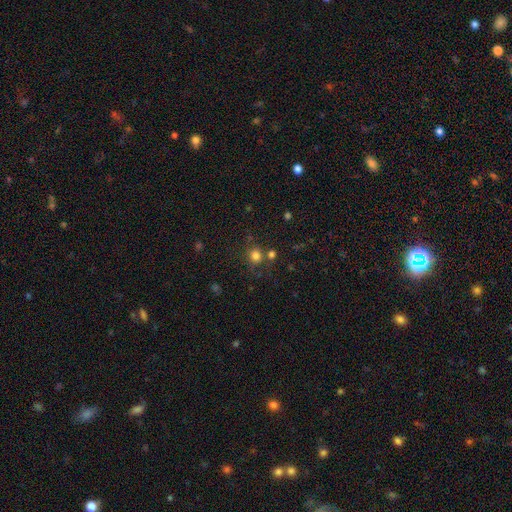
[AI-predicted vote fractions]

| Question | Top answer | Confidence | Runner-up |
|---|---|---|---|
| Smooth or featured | smooth | 78% | star or artifact (15%) |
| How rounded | round | 89% | in between (10%) |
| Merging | none | 70% | merger (15%) |